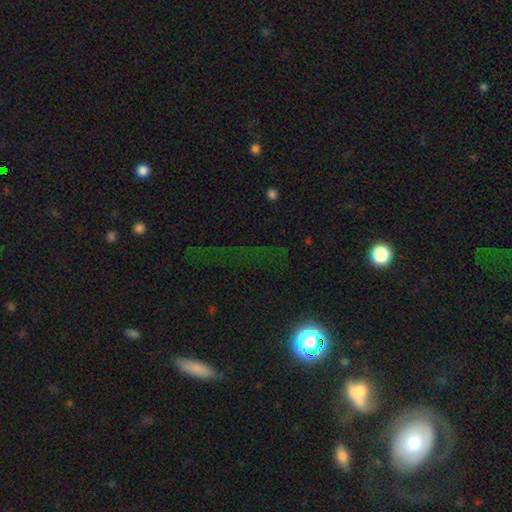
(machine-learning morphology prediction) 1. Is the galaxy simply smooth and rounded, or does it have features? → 61% star or artifact, 23% smooth, 16% featured or disk.